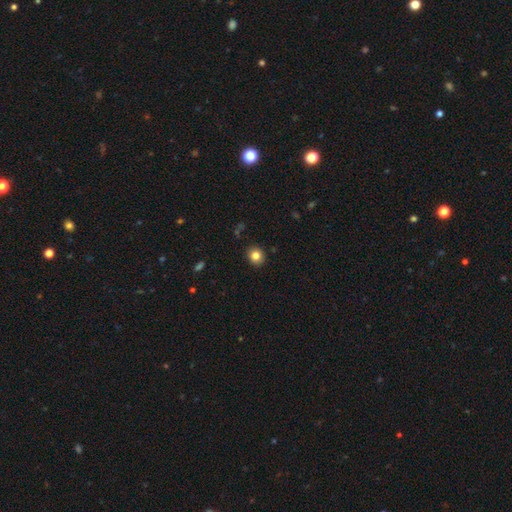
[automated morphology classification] Q: Smooth or featured?
A: smooth (82%); runner-up: star or artifact (11%)
Q: How rounded?
A: round (84%); runner-up: in between (15%)
Q: Merging?
A: none (91%); runner-up: minor disturbance (6%)